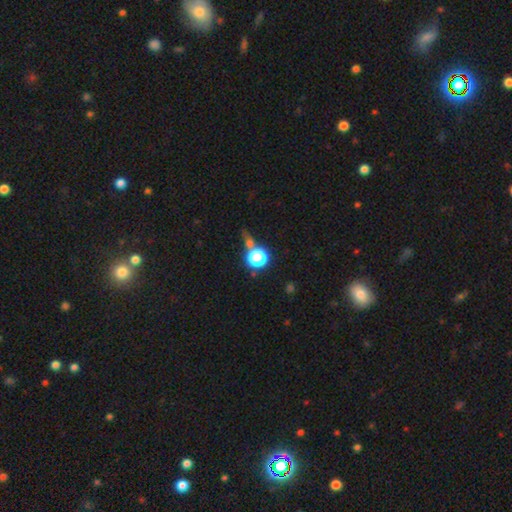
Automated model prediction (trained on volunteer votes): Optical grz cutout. It shows a star or artifact, not a galaxy (46%, tied with smooth).